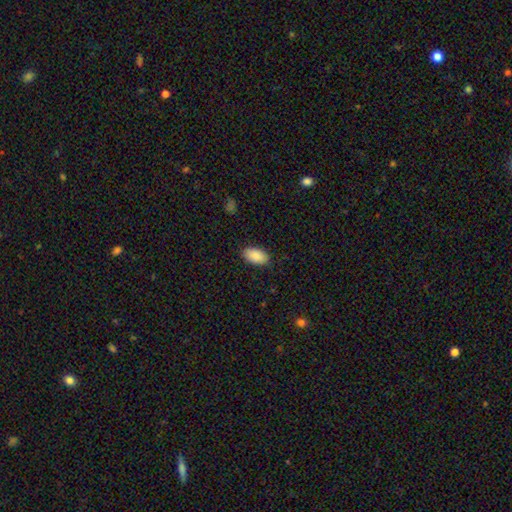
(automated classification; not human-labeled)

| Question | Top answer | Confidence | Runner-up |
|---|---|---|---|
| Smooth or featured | smooth | 90% | star or artifact (6%) |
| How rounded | in between | 95% | round (3%) |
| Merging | none | 88% | minor disturbance (9%) |